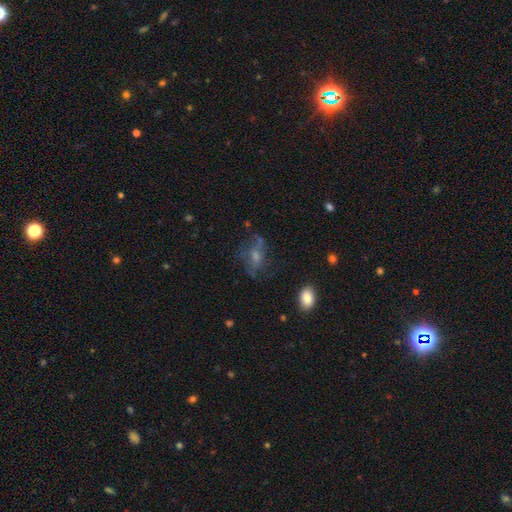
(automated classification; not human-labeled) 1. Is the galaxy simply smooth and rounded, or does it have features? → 44% featured or disk, 31% smooth, 25% star or artifact.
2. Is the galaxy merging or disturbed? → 60% none, 19% minor disturbance, 17% major disturbance, 4% merger.